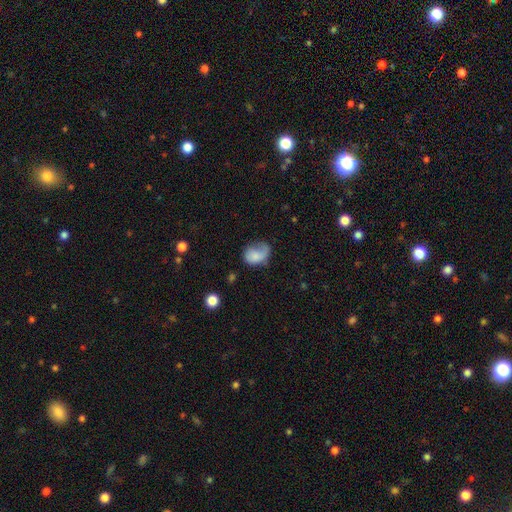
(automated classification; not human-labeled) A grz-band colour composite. It shows a smooth galaxy with no disk features (66%) that is in between round and cigar-shaped (70%). Merging: major disturbance (34%).